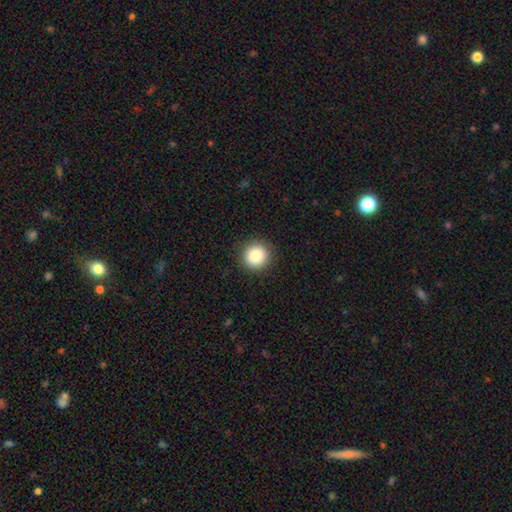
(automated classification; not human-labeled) Smooth or featured?
  - smooth: 87% *
  - star or artifact: 9%
  - featured or disk: 4%
How rounded?
  - round: 94% *
  - in between: 5%
  - cigar-shaped: 1%
Merging?
  - none: 92% *
  - minor disturbance: 5%
  - major disturbance: 2%
  - merger: 1%